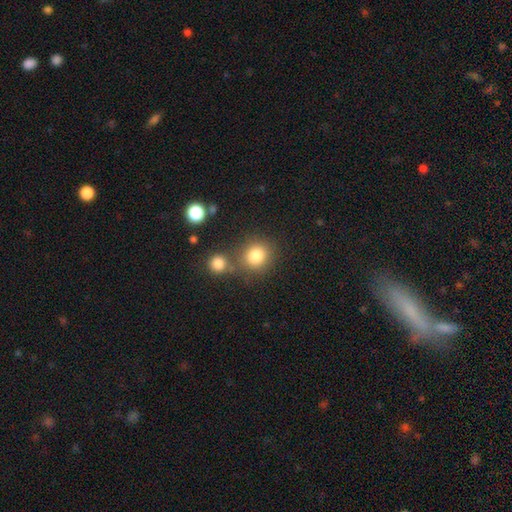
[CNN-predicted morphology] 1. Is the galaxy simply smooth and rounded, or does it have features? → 81% smooth, 12% star or artifact, 7% featured or disk.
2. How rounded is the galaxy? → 86% round, 13% in between, 1% cigar-shaped.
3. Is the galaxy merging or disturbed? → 68% none, 19% merger, 9% minor disturbance, 4% major disturbance.